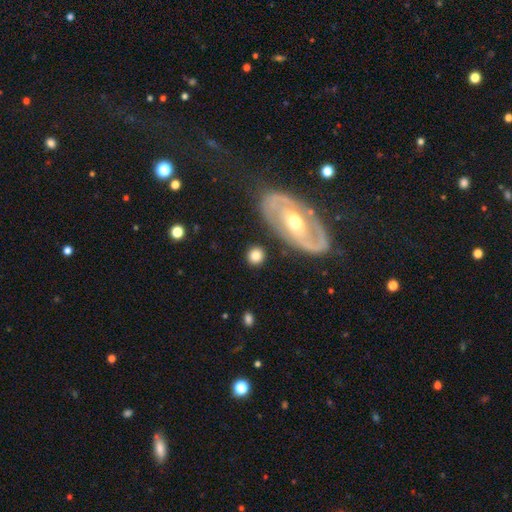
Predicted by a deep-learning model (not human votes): smooth_or_featured: smooth (p=0.76) [alt: featured or disk p=0.17]
how_rounded: round (p=0.83) [alt: in between p=0.15]
merging: none (p=0.84) [alt: minor disturbance p=0.08]